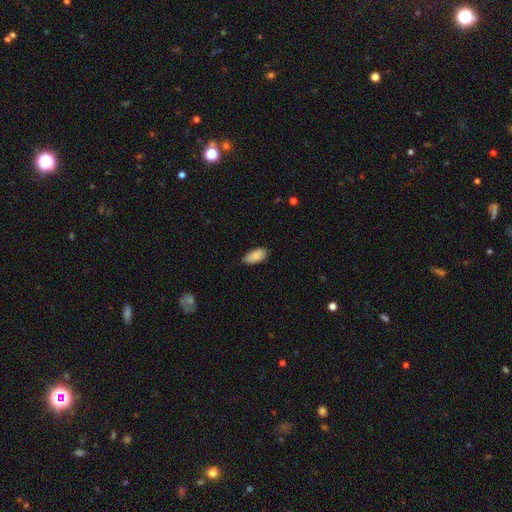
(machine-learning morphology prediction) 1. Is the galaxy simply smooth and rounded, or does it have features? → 88% smooth, 7% star or artifact, 6% featured or disk.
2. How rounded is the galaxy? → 90% in between, 8% cigar-shaped, 2% round.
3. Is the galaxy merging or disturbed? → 79% none, 17% minor disturbance, 3% major disturbance, 1% merger.